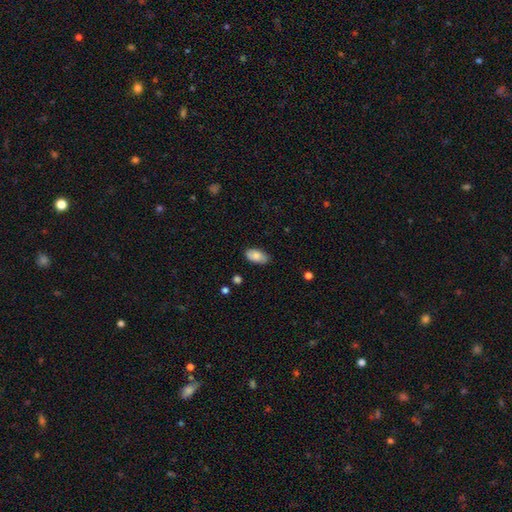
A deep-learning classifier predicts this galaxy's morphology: Smooth or featured: smooth — 81% (featured or disk — 12%)
How rounded: in between — 94% (round — 4%)
Merging: none — 78% (minor disturbance — 18%)